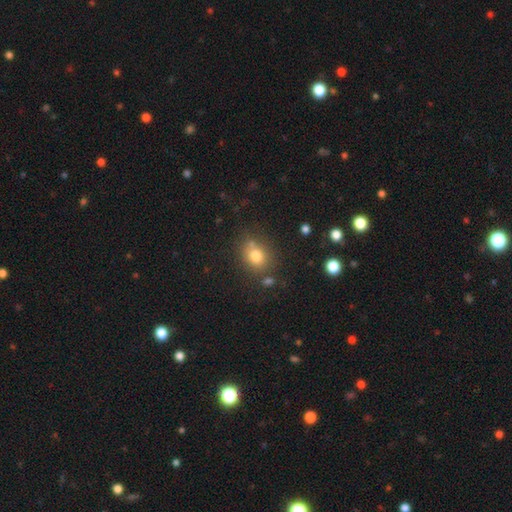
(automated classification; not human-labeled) Smooth or featured: smooth — 77% (star or artifact — 13%)
How rounded: round — 63% (in between — 36%)
Merging: none — 69% (minor disturbance — 14%)